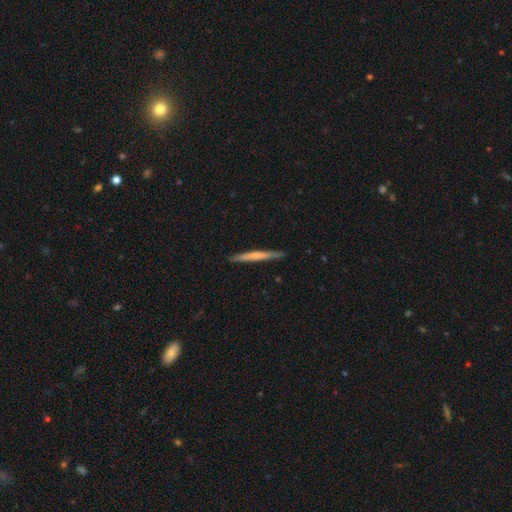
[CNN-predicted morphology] type=smooth (52%); roundness=cigar-shaped (97%); merging=none (91%).